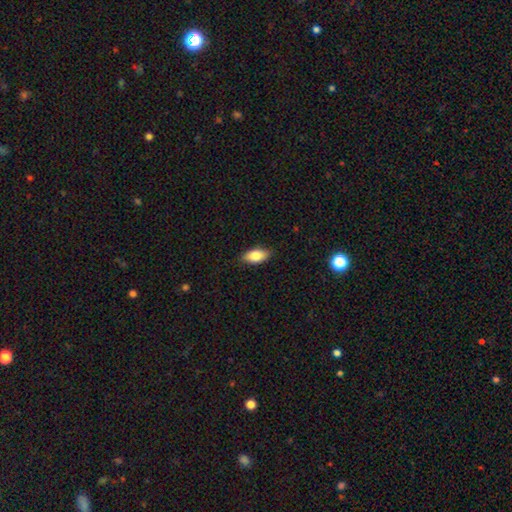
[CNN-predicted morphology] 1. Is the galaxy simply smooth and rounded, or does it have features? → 82% smooth, 11% featured or disk, 7% star or artifact.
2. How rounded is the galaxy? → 89% in between, 7% cigar-shaped, 3% round.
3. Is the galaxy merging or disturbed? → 86% none, 11% minor disturbance, 2% major disturbance, 1% merger.